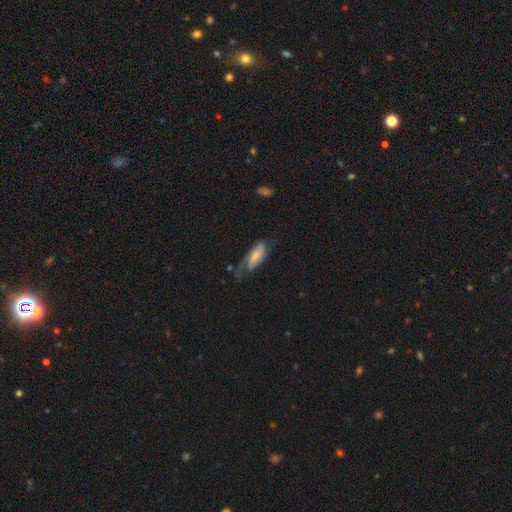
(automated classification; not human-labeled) Smooth or featured? featured or disk (49%)
Merging? none (44%)